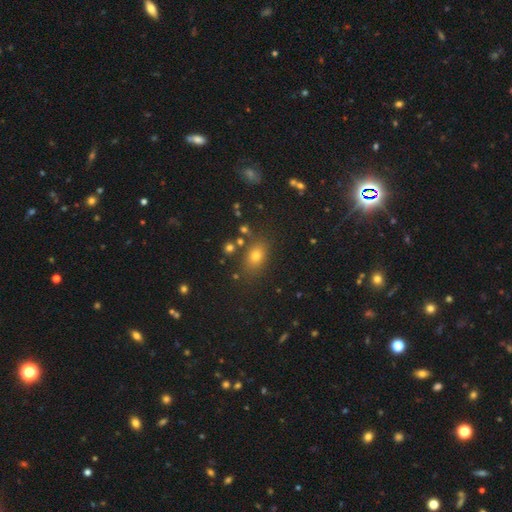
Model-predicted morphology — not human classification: Smooth or featured: smooth — 70% (star or artifact — 19%)
How rounded: in between — 68% (round — 30%)
Merging: none — 79% (minor disturbance — 12%)